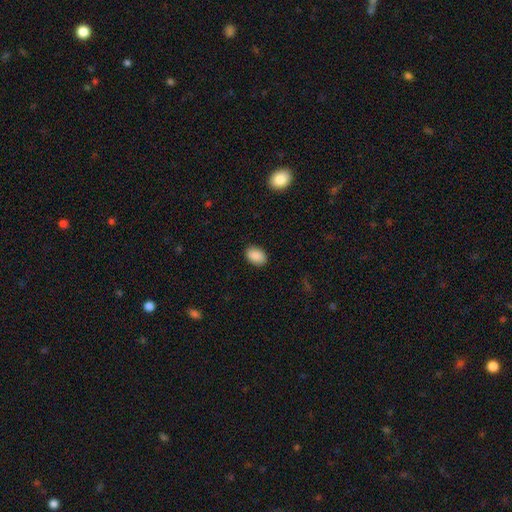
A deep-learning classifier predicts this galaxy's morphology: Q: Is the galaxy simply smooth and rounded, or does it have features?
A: smooth — 89%.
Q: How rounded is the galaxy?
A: in between — 85%.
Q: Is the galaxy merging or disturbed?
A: none — 88%.